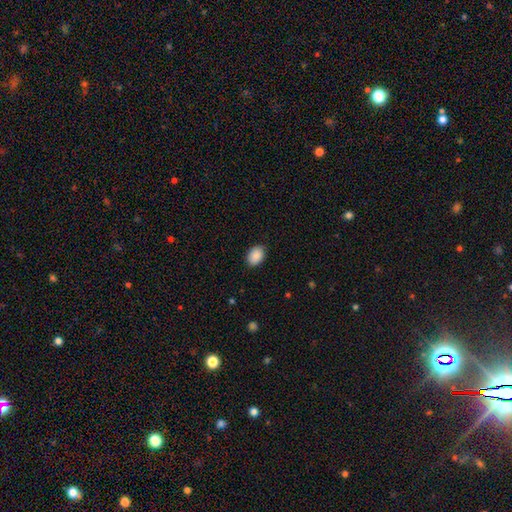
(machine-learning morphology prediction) Smooth or featured? smooth (90%)
How rounded? in between (81%)
Merging? none (87%)